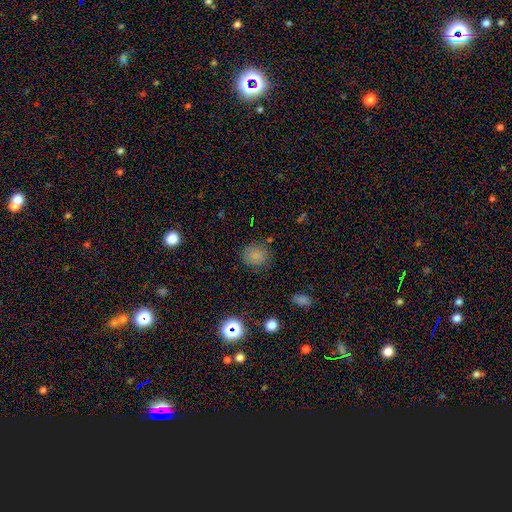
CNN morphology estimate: Smooth or featured? smooth (79%)
How rounded? round (76%)
Merging? none (83%)